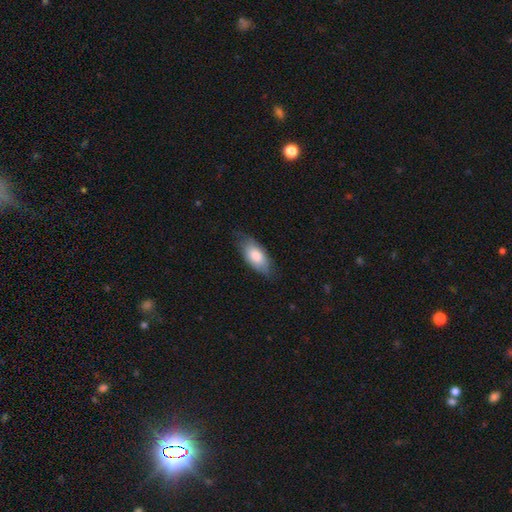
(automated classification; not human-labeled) Morphology: type=smooth (77%); roundness=in between (90%); merging=none (69%).